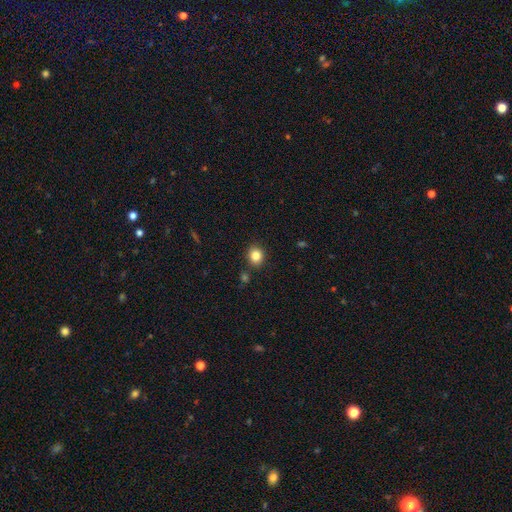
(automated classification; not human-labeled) smooth_or_featured: smooth (p=0.83) [alt: star or artifact p=0.11]
how_rounded: round (p=0.77) [alt: in between p=0.22]
merging: none (p=0.87) [alt: minor disturbance p=0.08]